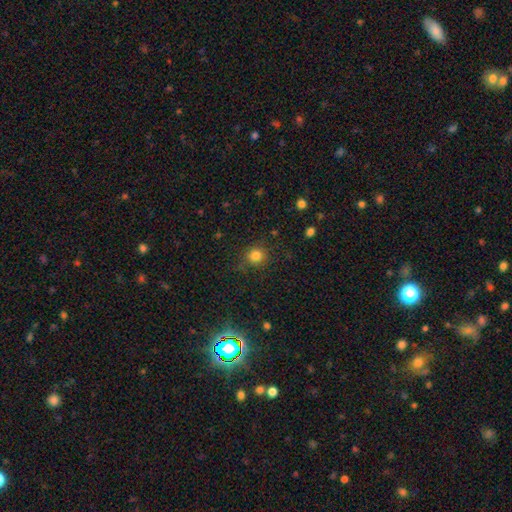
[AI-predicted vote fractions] Q: Smooth or featured?
A: smooth (82%); runner-up: star or artifact (13%)
Q: How rounded?
A: round (90%); runner-up: in between (9%)
Q: Merging?
A: none (84%); runner-up: minor disturbance (10%)